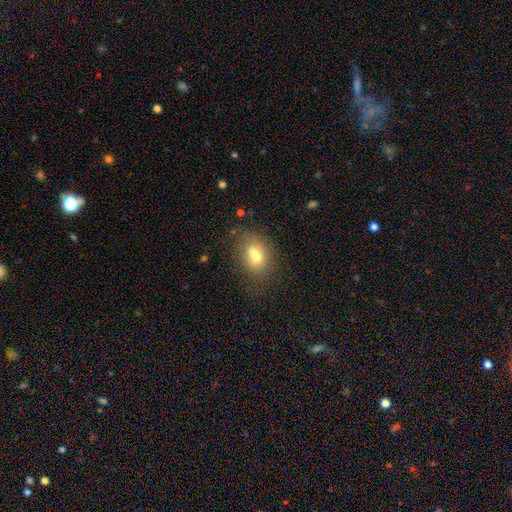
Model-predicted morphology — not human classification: This is likely a smooth galaxy (66%). How rounded: likely in between (68%). Merging: possibly none (46%).